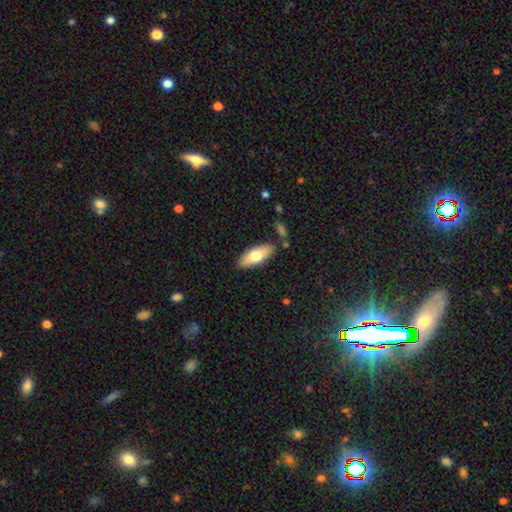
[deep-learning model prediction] This is likely a smooth galaxy (67%). How rounded: likely in between (79%). Merging: clearly none (84%).